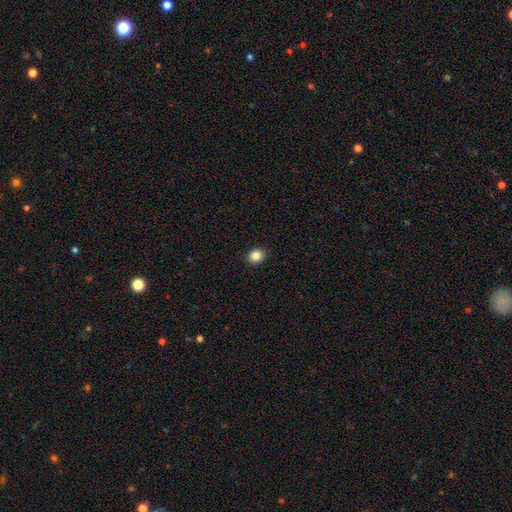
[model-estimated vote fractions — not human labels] Q: Smooth or featured?
A: smooth (86%); runner-up: star or artifact (10%)
Q: How rounded?
A: round (62%); runner-up: in between (37%)
Q: Merging?
A: none (92%); runner-up: minor disturbance (6%)